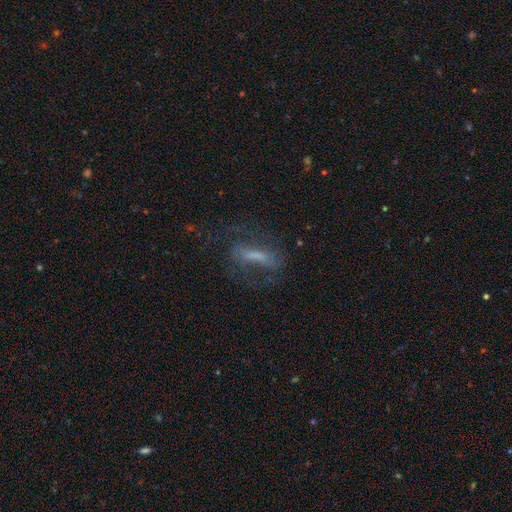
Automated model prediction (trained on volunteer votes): This is likely a featured or disk galaxy (61%). It is clearly not viewed edge-on (82%). Merging: possibly none (57%).